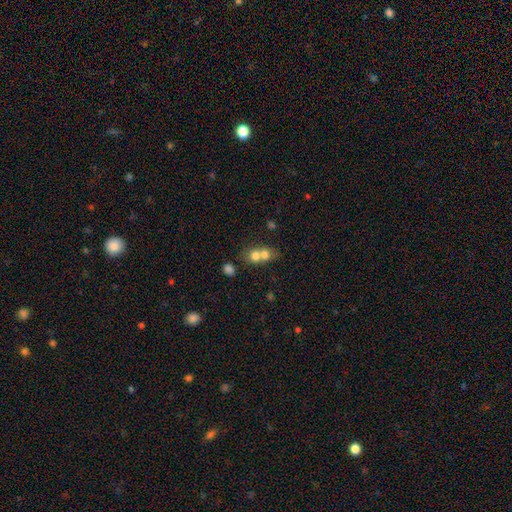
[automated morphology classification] Q: Smooth or featured?
A: smooth (71%); runner-up: featured or disk (18%)
Q: How rounded?
A: round (65%); runner-up: in between (34%)
Q: Merging?
A: merger (70%); runner-up: none (22%)